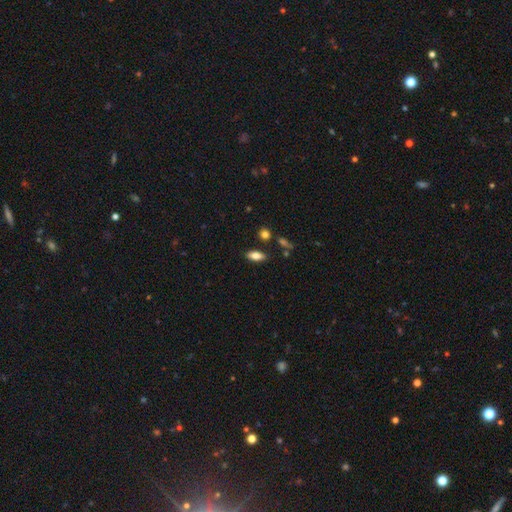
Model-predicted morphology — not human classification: Smooth or featured? smooth (77%)
How rounded? in between (81%)
Merging? none (84%)